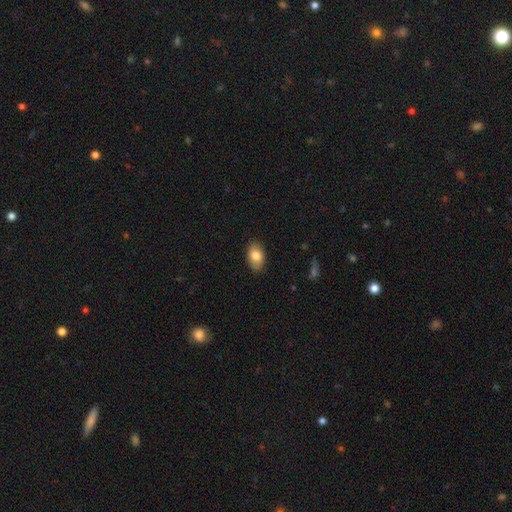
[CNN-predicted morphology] A smooth galaxy with no disk features (82%) that is in between round and cigar-shaped (91%). Merging: none (87%).